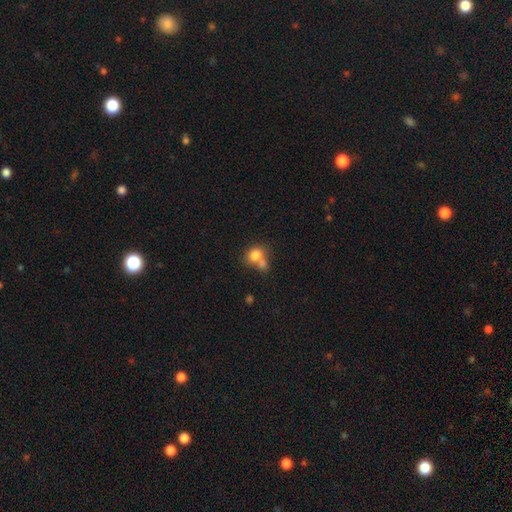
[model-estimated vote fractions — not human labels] A smooth galaxy with no disk features (79%) that is round (63%). Merging: merger (49%).